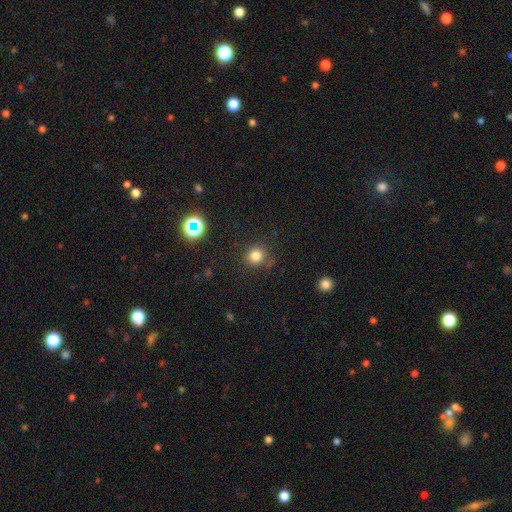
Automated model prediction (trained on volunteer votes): Smooth or featured? smooth (79%)
How rounded? round (87%)
Merging? none (82%)